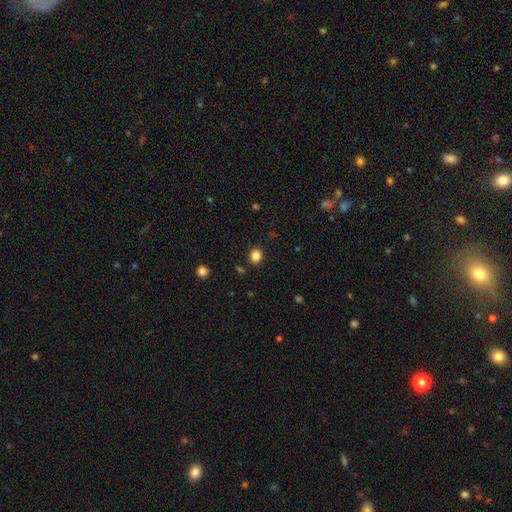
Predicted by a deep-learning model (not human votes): The model was most divided on "how rounded": round: 70%, in between: 29%, cigar-shaped: 1%. More confident: merging — none (88%); smooth or featured — smooth (85%).